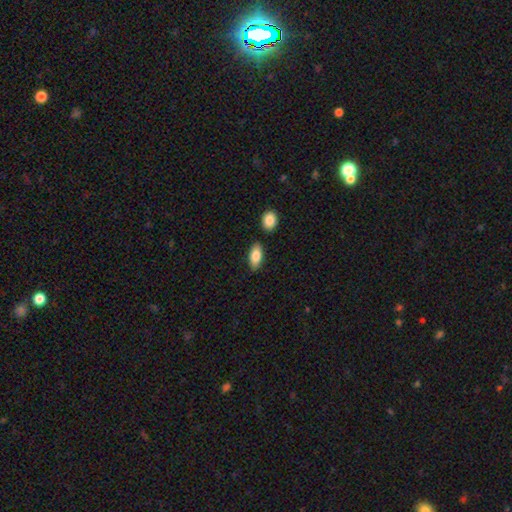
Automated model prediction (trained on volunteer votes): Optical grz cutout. It shows a smooth galaxy with no disk features (83%) that is in between round and cigar-shaped (88%). Merging: none (82%).